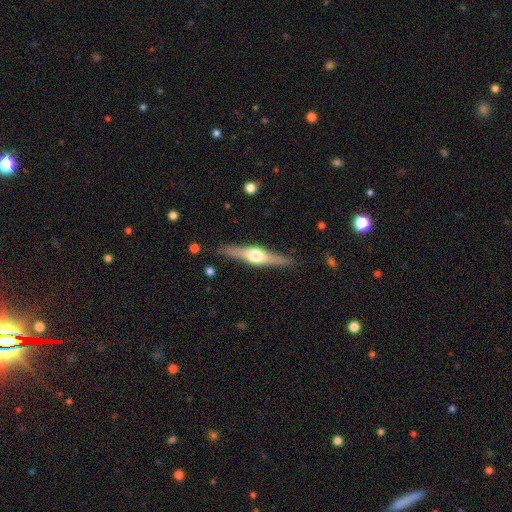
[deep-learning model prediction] Morphology: type=featured or disk (73%); edge-on=yes (97%); edge-on bulge=rounded (91%); merging=none (88%).